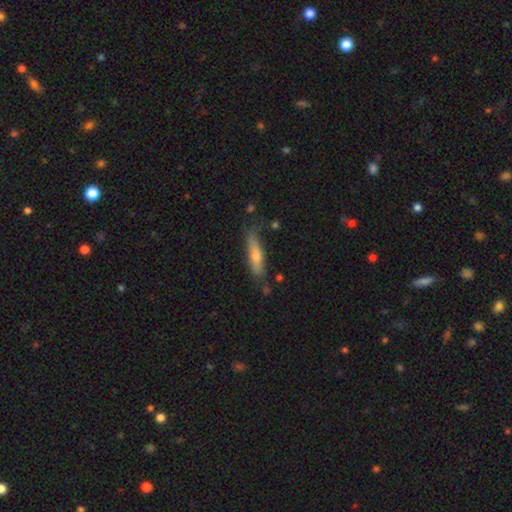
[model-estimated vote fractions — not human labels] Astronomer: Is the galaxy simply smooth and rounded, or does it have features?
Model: smooth — 49% (runner-up: featured or disk, 43%).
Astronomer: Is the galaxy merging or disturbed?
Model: none — 74%.